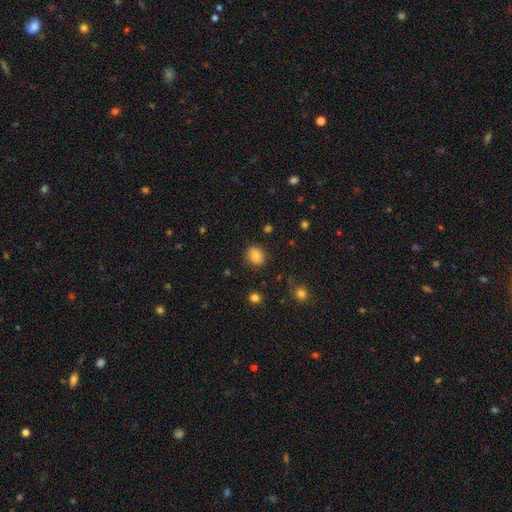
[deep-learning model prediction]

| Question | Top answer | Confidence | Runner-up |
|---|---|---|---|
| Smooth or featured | smooth | 83% | star or artifact (10%) |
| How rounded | round | 57% | in between (42%) |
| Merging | none | 83% | minor disturbance (12%) |